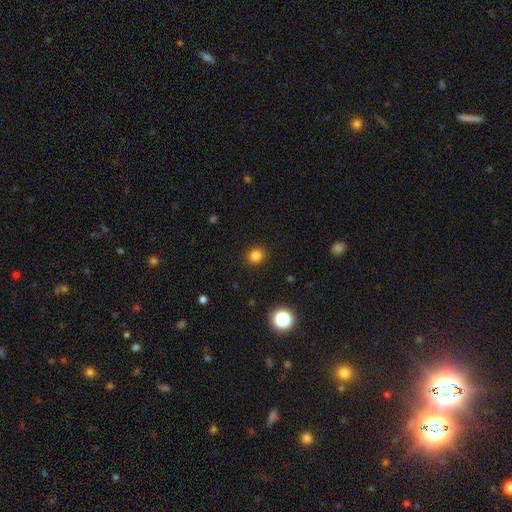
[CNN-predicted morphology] This appears to be a smooth galaxy with no disk features (82%) that is round (84%). Merging: none (91%).